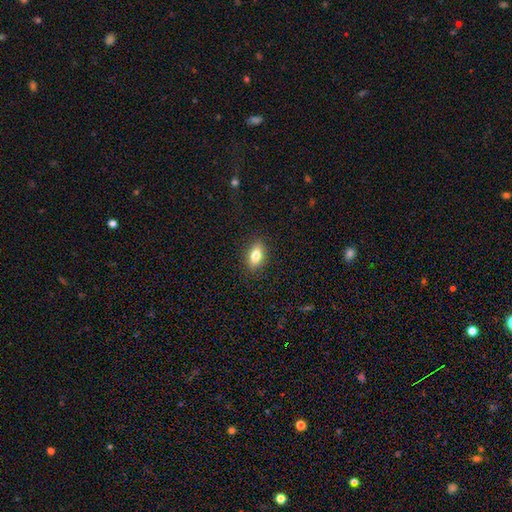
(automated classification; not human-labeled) smooth-or-featured: smooth: 80% | featured or disk: 11% | star or artifact: 8%
  how-rounded: in between: 86% | round: 8% | cigar-shaped: 6%
  merging: none: 88% | minor disturbance: 9% | major disturbance: 2% | merger: 1%